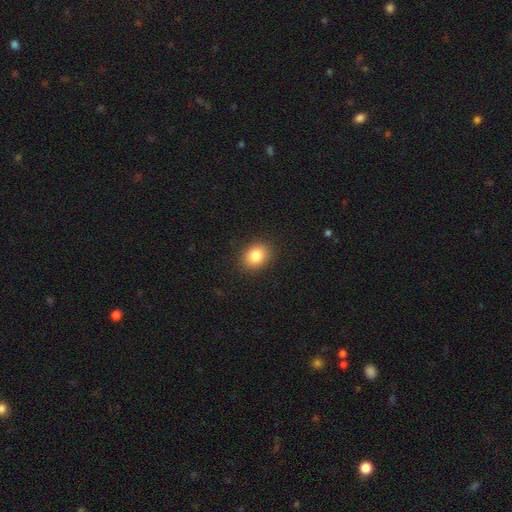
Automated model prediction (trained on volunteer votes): Smooth or featured? Predicted: smooth (p=0.83). How rounded? Predicted: round (p=0.51). Merging? Predicted: none (p=0.90).